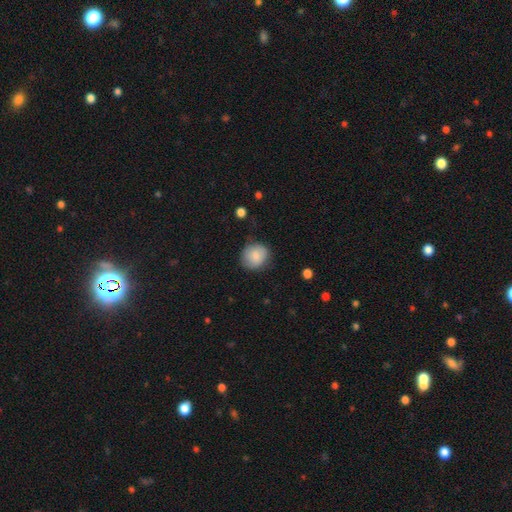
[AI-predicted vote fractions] The model was most divided on "how rounded": round: 76%, in between: 23%, cigar-shaped: 1%. More confident: smooth or featured — smooth (83%); merging — none (76%).